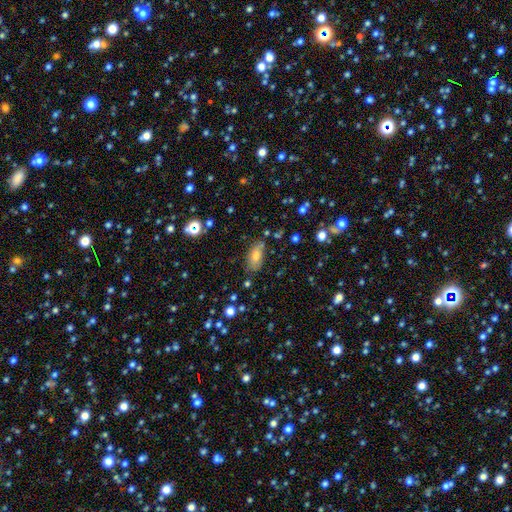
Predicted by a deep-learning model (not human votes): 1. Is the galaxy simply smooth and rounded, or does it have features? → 70% smooth, 18% featured or disk, 13% star or artifact.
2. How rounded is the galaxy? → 89% in between, 6% cigar-shaped, 5% round.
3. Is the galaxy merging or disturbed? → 73% none, 18% minor disturbance, 5% major disturbance, 4% merger.